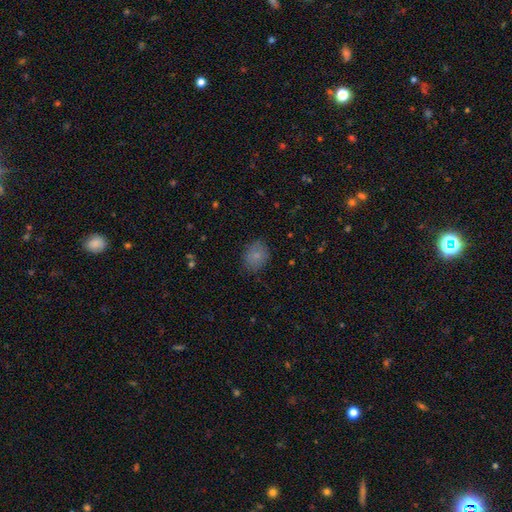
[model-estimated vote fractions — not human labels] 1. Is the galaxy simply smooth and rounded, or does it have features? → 81% smooth, 10% star or artifact, 9% featured or disk.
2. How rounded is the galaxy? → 51% in between, 48% round, 1% cigar-shaped.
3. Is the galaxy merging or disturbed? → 81% none, 15% minor disturbance, 4% major disturbance, 1% merger.